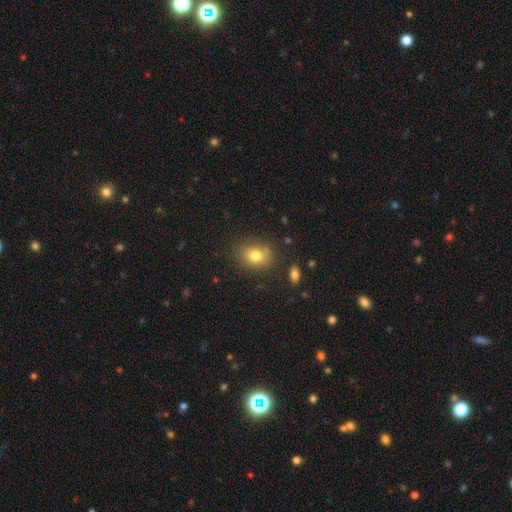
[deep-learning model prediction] The model was most divided on "how rounded": in between: 62%, round: 37%, cigar-shaped: 1%. More confident: smooth or featured — smooth (80%); merging — none (79%).